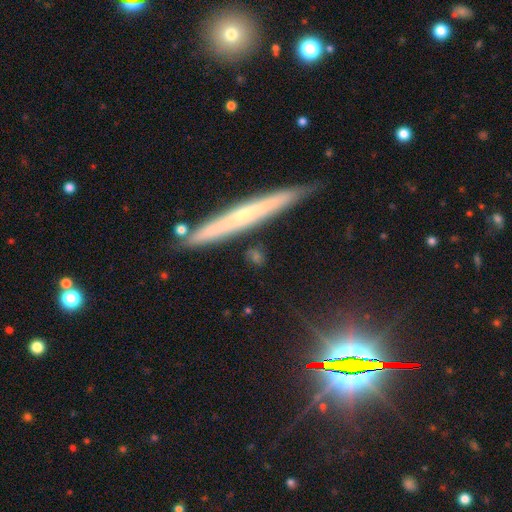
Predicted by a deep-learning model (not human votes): Q: Smooth or featured?
A: smooth (55%); runner-up: featured or disk (34%)
Q: How rounded?
A: cigar-shaped (68%); runner-up: in between (16%)
Q: Merging?
A: none (82%); runner-up: minor disturbance (11%)